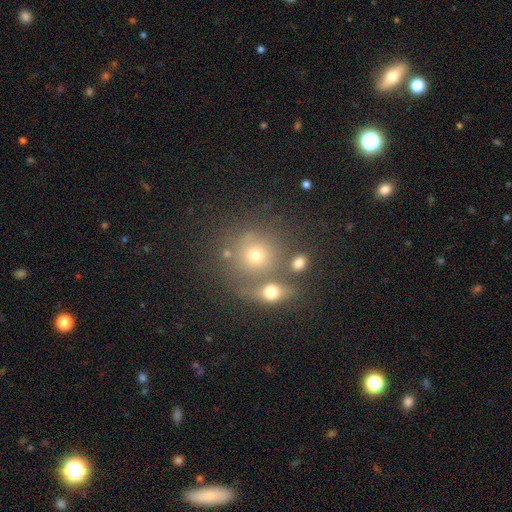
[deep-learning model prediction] smooth 60%, star or artifact 21%, featured or disk 19%. Down the decision tree: how rounded — round (86%); merging — none (56%).